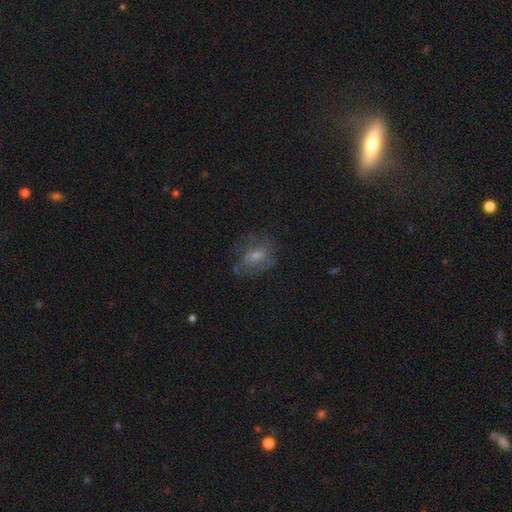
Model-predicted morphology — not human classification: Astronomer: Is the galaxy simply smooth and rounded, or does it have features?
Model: featured or disk — 52% (runner-up: smooth, 34%).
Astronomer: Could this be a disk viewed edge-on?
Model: no — 93%.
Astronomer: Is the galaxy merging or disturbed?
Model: none — 62%.